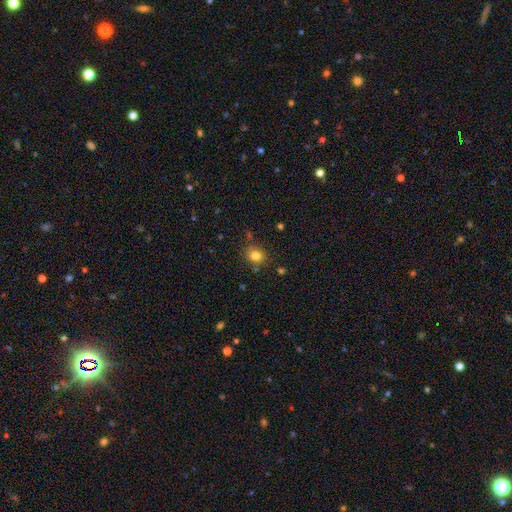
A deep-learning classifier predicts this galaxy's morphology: smooth 81%, star or artifact 13%, featured or disk 7%. Down the decision tree: how rounded — round (74%); merging — none (76%).